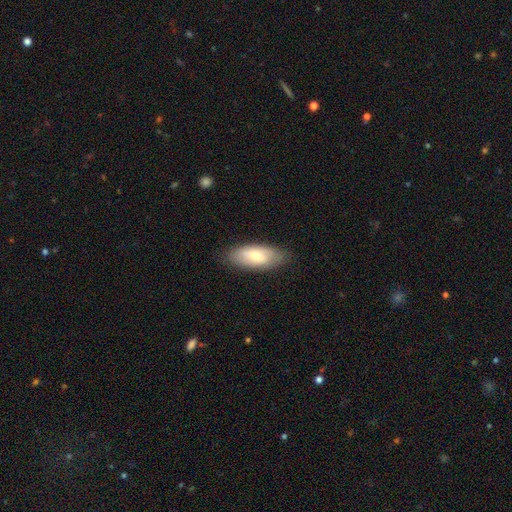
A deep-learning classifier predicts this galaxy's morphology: Q: Smooth or featured?
A: smooth (68%); runner-up: featured or disk (26%)
Q: How rounded?
A: in between (83%); runner-up: cigar-shaped (14%)
Q: Merging?
A: none (82%); runner-up: minor disturbance (14%)